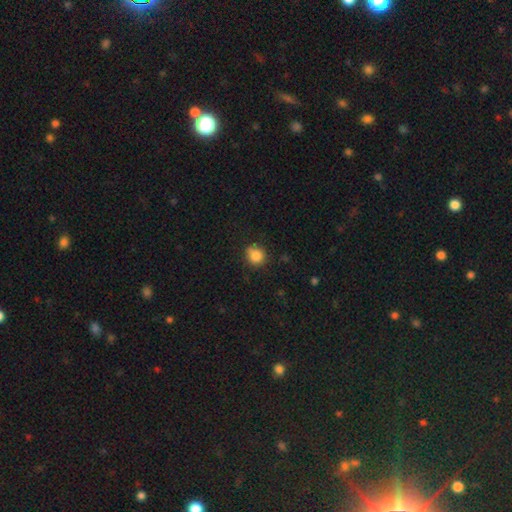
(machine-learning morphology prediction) smooth_or_featured: smooth (p=0.84) [alt: star or artifact p=0.10]
how_rounded: round (p=0.85) [alt: in between p=0.14]
merging: none (p=0.73) [alt: minor disturbance p=0.20]